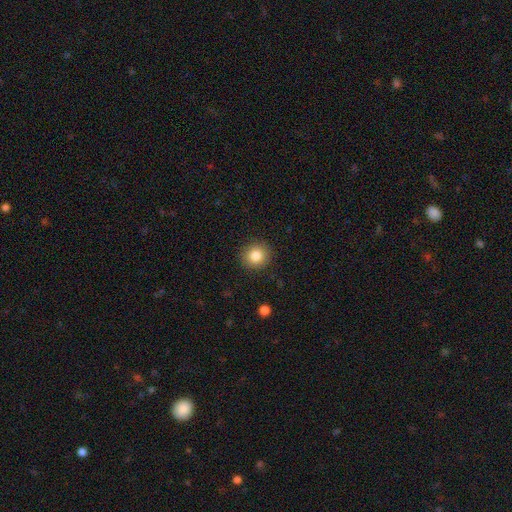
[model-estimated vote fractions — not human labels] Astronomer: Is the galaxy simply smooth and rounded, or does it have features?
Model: smooth — 84%.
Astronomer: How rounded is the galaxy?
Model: round — 89%.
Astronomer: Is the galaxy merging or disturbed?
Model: none — 90%.